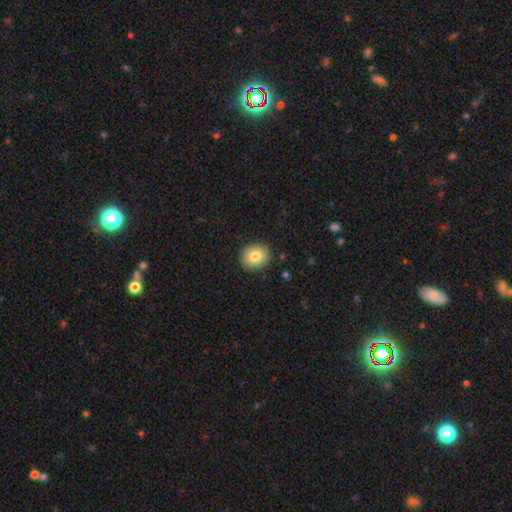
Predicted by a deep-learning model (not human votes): Overall: smooth (81%). How rounded: round (78%). Merging: none (89%).